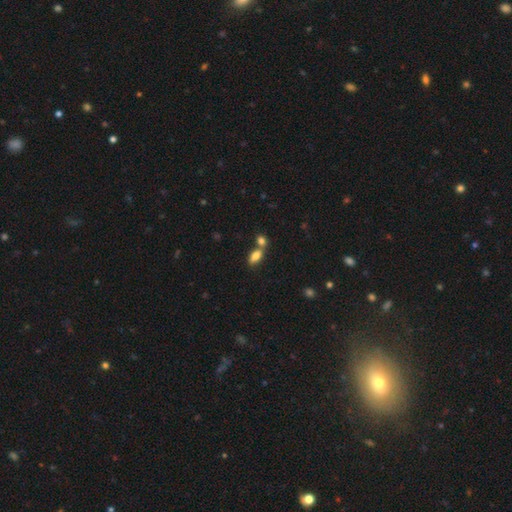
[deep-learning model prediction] This appears to be a smooth galaxy with no disk features (81%) that is in between round and cigar-shaped (85%). Merging: none (45%).